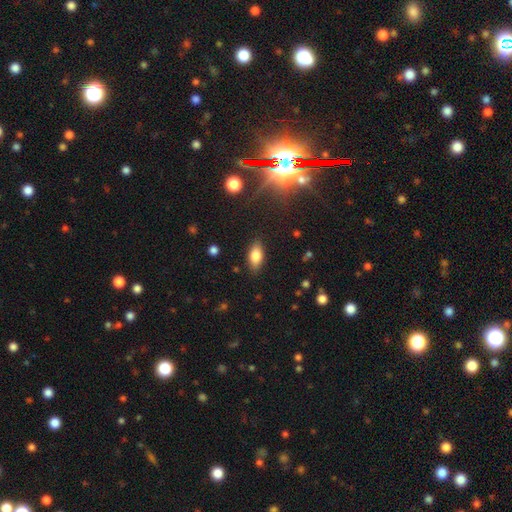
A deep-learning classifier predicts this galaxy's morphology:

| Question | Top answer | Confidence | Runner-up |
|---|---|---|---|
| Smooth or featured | smooth | 79% | featured or disk (12%) |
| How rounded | in between | 87% | cigar-shaped (9%) |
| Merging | none | 86% | minor disturbance (11%) |